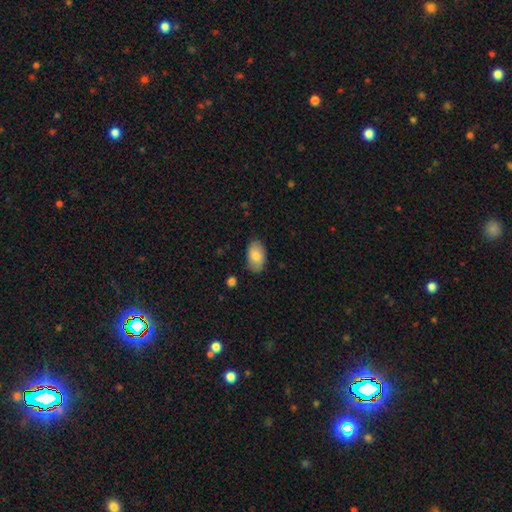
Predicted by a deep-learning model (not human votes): Overall: smooth (83%). How rounded: in between (93%). Merging: none (82%).